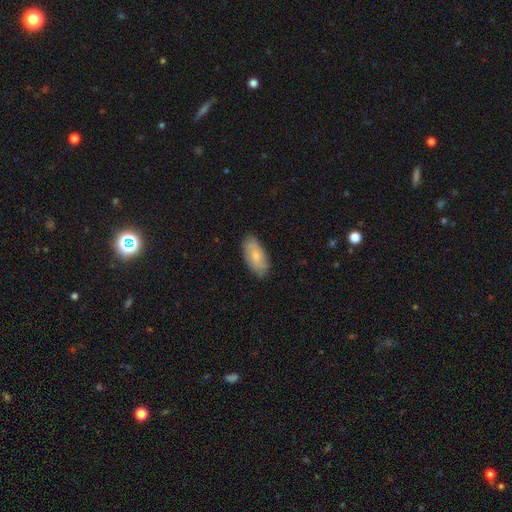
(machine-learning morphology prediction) The model was most divided on "smooth or featured": smooth: 74%, featured or disk: 20%, star or artifact: 6%. More confident: how rounded — in between (91%); merging — none (83%).